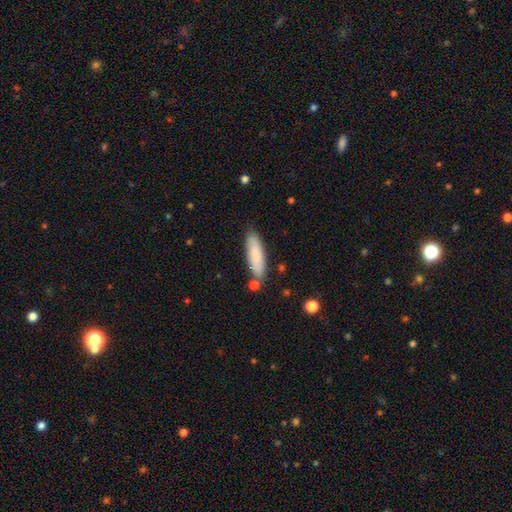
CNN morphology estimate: The model was most divided on "how rounded": cigar-shaped: 60%, in between: 38%, round: 1%. More confident: smooth or featured — smooth (83%); merging — none (82%).